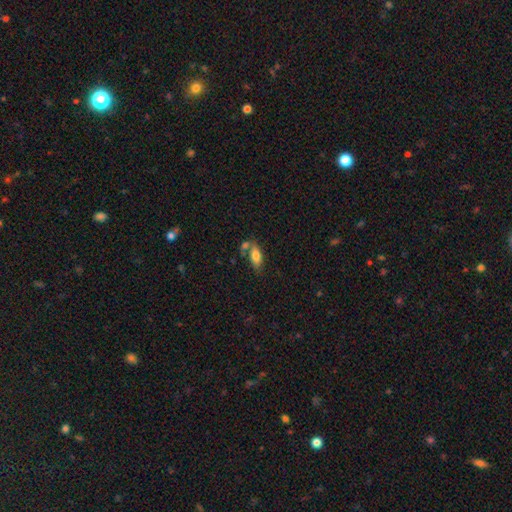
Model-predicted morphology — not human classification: Smooth or featured?
  - smooth: 77% *
  - featured or disk: 15%
  - star or artifact: 8%
How rounded?
  - in between: 84% *
  - cigar-shaped: 12%
  - round: 3%
Merging?
  - none: 50% *
  - merger: 28%
  - minor disturbance: 16%
  - major disturbance: 6%